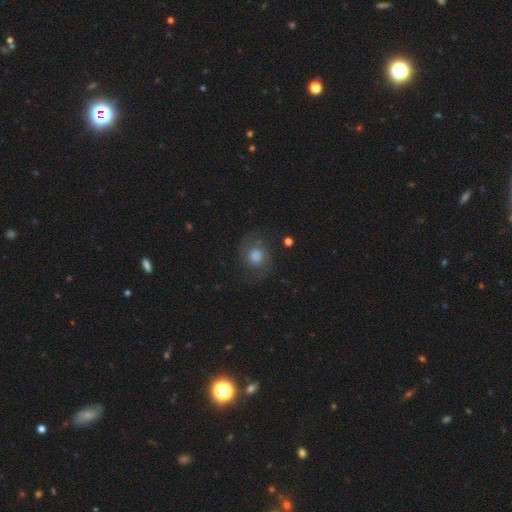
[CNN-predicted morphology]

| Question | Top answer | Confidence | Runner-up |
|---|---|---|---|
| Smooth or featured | smooth | 50% | featured or disk (34%) |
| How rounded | round | 75% | in between (24%) |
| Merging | none | 71% | minor disturbance (17%) |